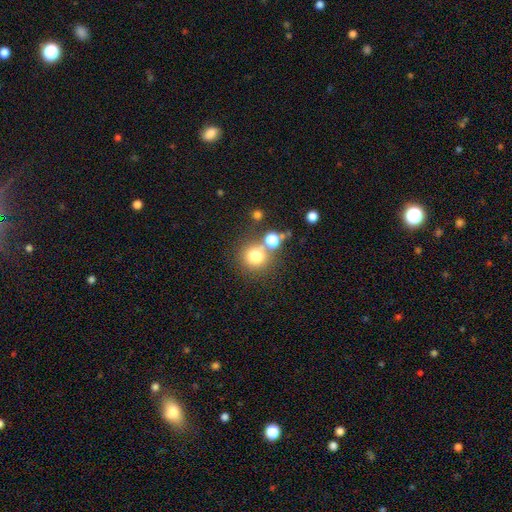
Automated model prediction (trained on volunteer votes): Overall: smooth (74%). How rounded: round (91%). Merging: none (65%).